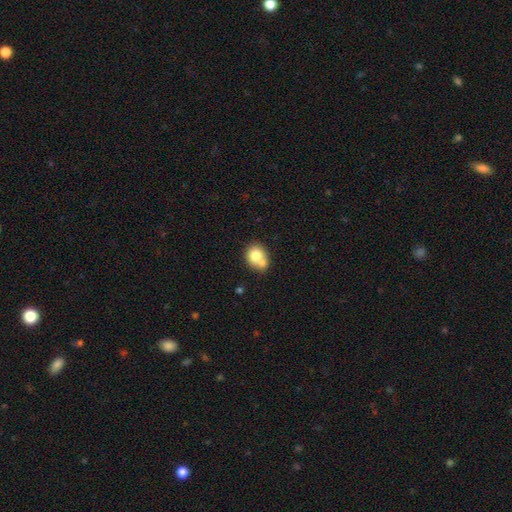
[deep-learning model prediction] Smooth or featured: smooth — 74% (featured or disk — 16%)
How rounded: round — 66% (in between — 33%)
Merging: merger — 46% (none — 39%)